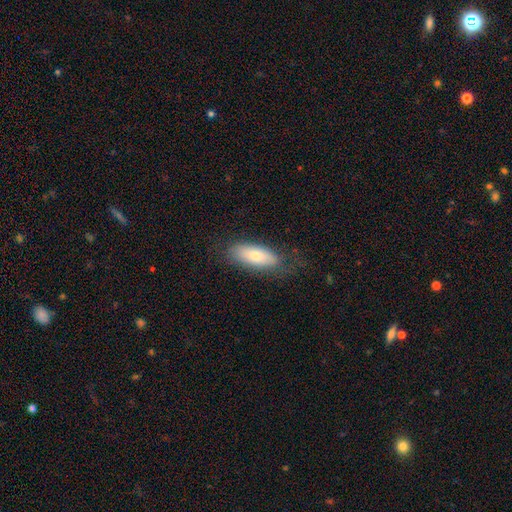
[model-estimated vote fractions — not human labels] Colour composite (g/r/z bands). It shows a smooth galaxy with no disk features (72%) that is in between round and cigar-shaped (80%). Merging: none (72%).